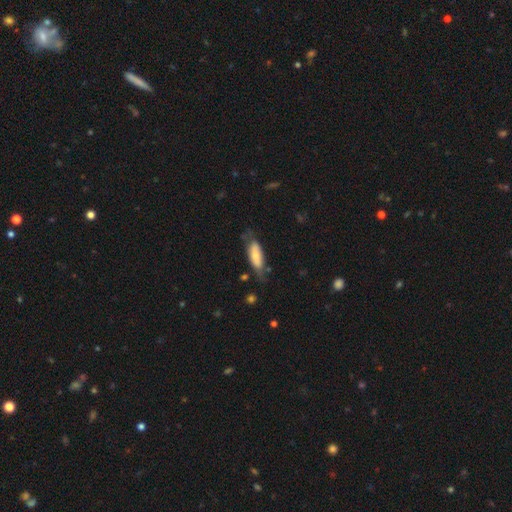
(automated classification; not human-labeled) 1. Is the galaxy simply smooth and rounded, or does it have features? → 68% smooth, 25% featured or disk, 6% star or artifact.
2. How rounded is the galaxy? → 70% in between, 29% cigar-shaped, 2% round.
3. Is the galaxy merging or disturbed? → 55% none, 30% minor disturbance, 12% major disturbance, 3% merger.